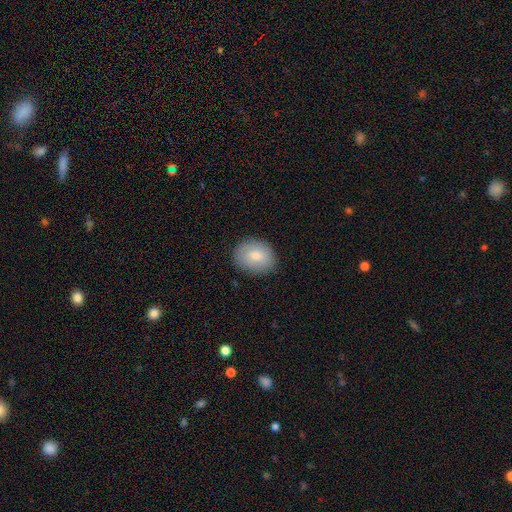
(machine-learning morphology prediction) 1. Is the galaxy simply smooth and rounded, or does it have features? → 81% smooth, 12% featured or disk, 7% star or artifact.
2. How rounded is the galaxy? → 56% in between, 43% round, 1% cigar-shaped.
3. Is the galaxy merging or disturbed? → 84% none, 12% minor disturbance, 3% major disturbance, 1% merger.